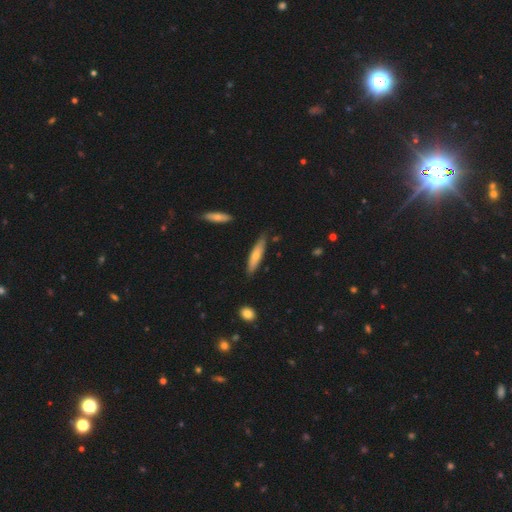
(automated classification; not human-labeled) smooth 59%, featured or disk 35%, star or artifact 6%. Down the decision tree: how rounded — cigar-shaped (81%); merging — none (80%).